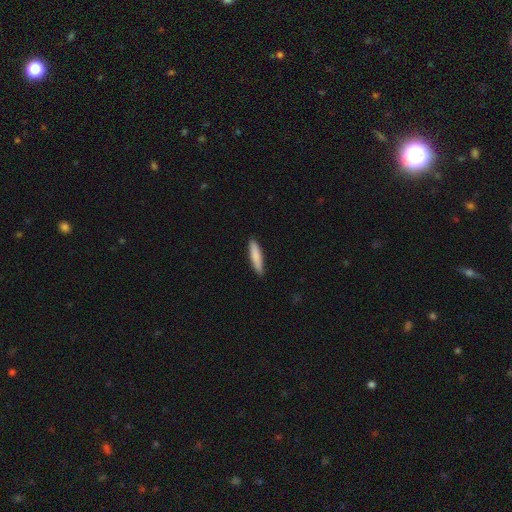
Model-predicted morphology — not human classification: A smooth galaxy with no disk features (84%) that is cigar-shaped (86%). Merging: none (89%).